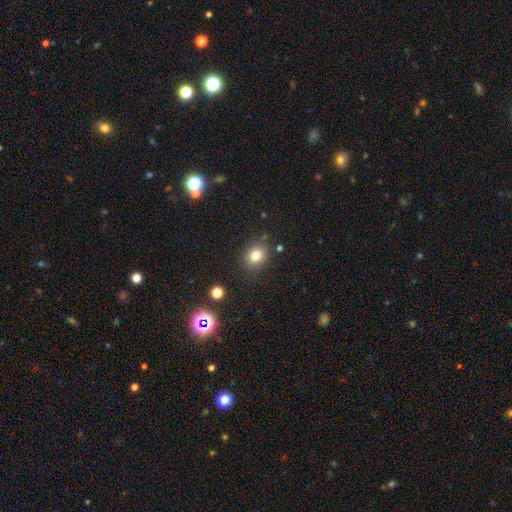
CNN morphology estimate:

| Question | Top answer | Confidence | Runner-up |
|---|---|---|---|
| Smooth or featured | smooth | 80% | star or artifact (13%) |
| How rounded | round | 59% | in between (40%) |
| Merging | none | 83% | minor disturbance (10%) |